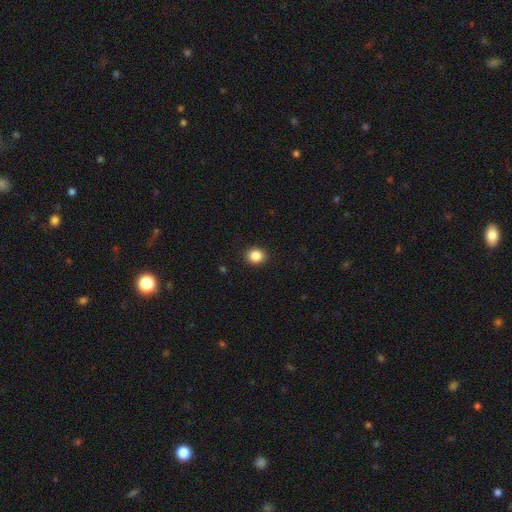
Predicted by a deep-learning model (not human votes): smooth-or-featured: smooth: 86% | star or artifact: 10% | featured or disk: 4%
  how-rounded: round: 77% | in between: 22% | cigar-shaped: 1%
  merging: none: 92% | minor disturbance: 5% | major disturbance: 2% | merger: 1%